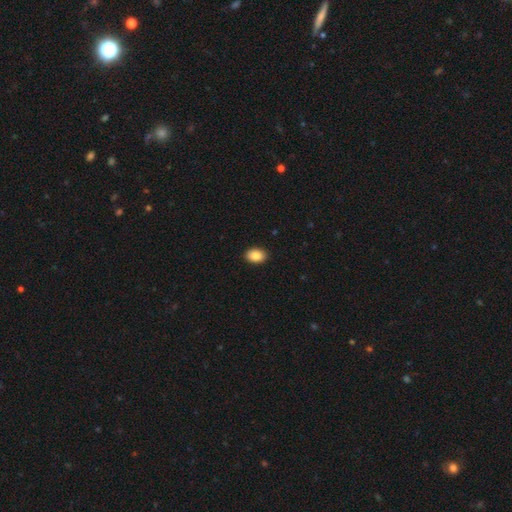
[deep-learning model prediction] Q: Smooth or featured?
A: smooth (88%); runner-up: star or artifact (8%)
Q: How rounded?
A: in between (81%); runner-up: round (18%)
Q: Merging?
A: none (91%); runner-up: minor disturbance (7%)